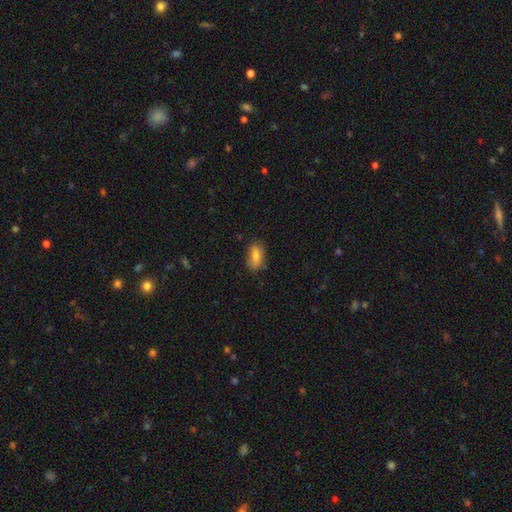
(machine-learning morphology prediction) This is likely a smooth galaxy (77%). How rounded: clearly in between (87%). Merging: likely none (76%).